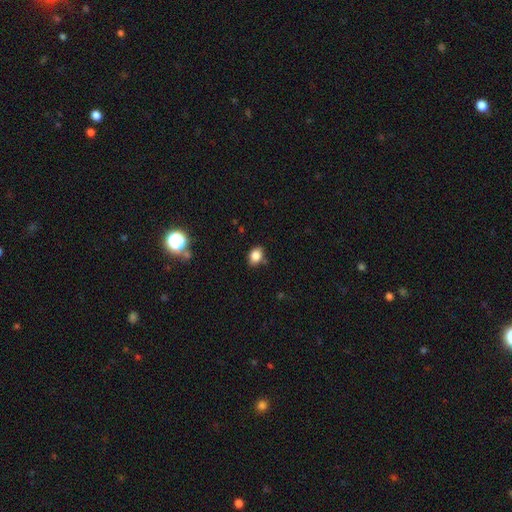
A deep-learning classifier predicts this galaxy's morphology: Smooth or featured? smooth (84%)
How rounded? in between (71%)
Merging? none (77%)